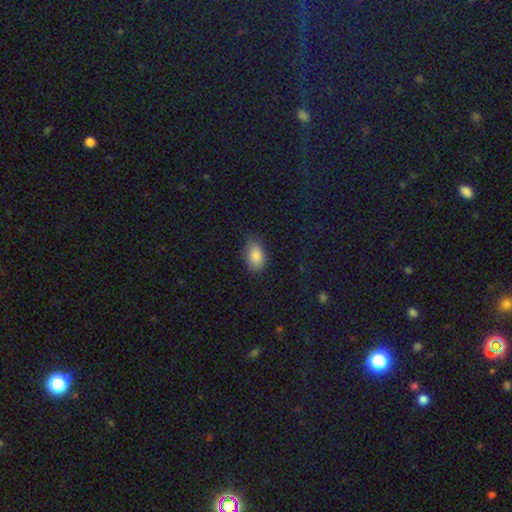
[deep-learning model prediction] The model was most divided on "merging": none: 73%, minor disturbance: 22%, major disturbance: 4%, merger: 1%. More confident: how rounded — in between (89%); smooth or featured — smooth (85%).